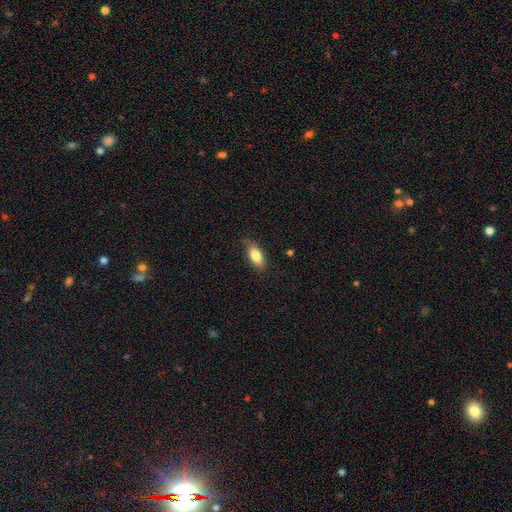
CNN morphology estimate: Q: Smooth or featured?
A: smooth (82%); runner-up: featured or disk (10%)
Q: How rounded?
A: in between (87%); runner-up: cigar-shaped (10%)
Q: Merging?
A: none (81%); runner-up: minor disturbance (15%)